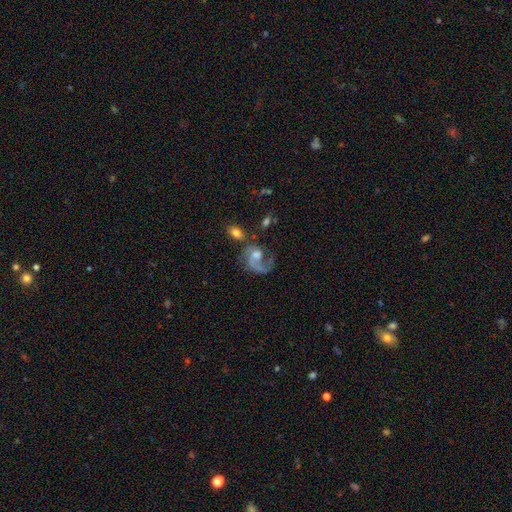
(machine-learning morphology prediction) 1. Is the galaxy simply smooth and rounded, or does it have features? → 72% featured or disk, 18% smooth, 10% star or artifact.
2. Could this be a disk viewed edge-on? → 97% no, 3% yes.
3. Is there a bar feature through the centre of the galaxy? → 68% no, 27% weak, 5% strong.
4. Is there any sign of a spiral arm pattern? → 87% yes, 13% no.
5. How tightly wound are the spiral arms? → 44% loose, 39% medium, 17% tight.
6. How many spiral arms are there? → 64% 1, 26% 2, 6% can't tell, 2% 3, 1% 4, 1% more than 4.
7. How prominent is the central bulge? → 49% moderate, 28% small, 10% large, 10% none, 2% dominant.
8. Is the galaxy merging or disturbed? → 34% none, 32% major disturbance, 20% merger, 15% minor disturbance.